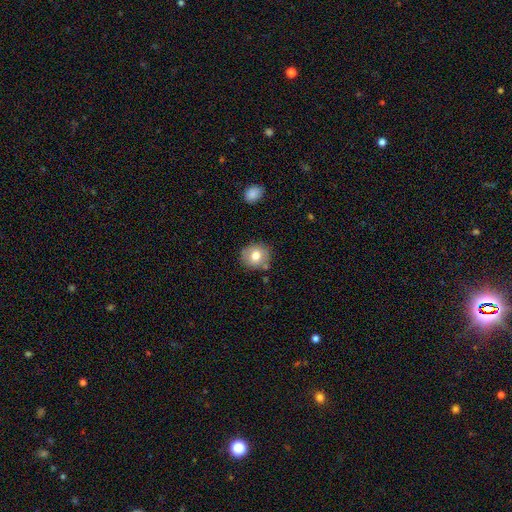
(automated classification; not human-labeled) This is likely a smooth galaxy (76%). How rounded: clearly round (82%). Merging: likely none (80%).